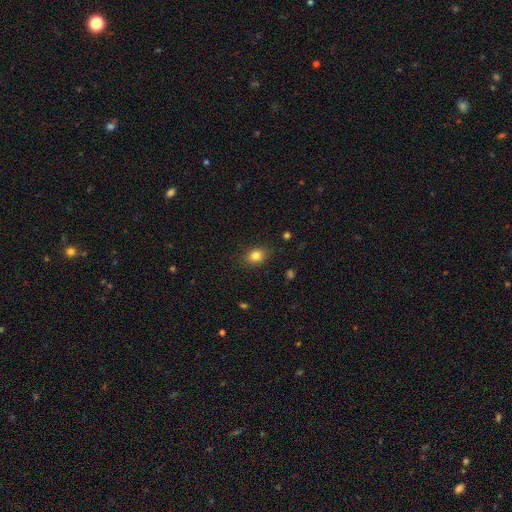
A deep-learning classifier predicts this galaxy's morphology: A smooth galaxy with no disk features (83%) that is in between round and cigar-shaped (60%). Merging: none (85%).